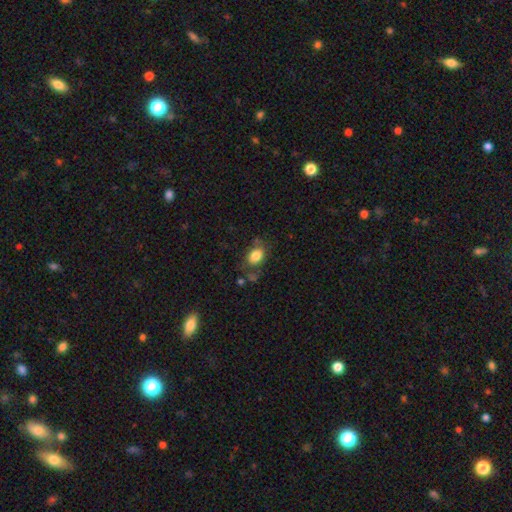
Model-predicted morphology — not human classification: This is clearly a smooth galaxy (81%). How rounded: likely in between (74%). Merging: likely none (63%).